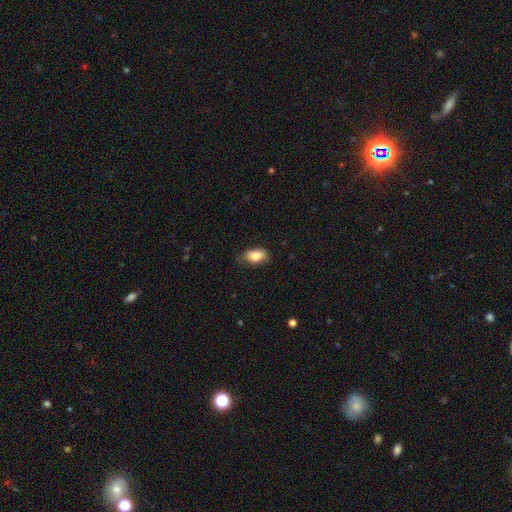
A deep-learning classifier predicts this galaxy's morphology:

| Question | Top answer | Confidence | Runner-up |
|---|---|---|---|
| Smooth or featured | smooth | 86% | star or artifact (7%) |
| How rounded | in between | 90% | round (7%) |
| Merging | none | 67% | minor disturbance (26%) |